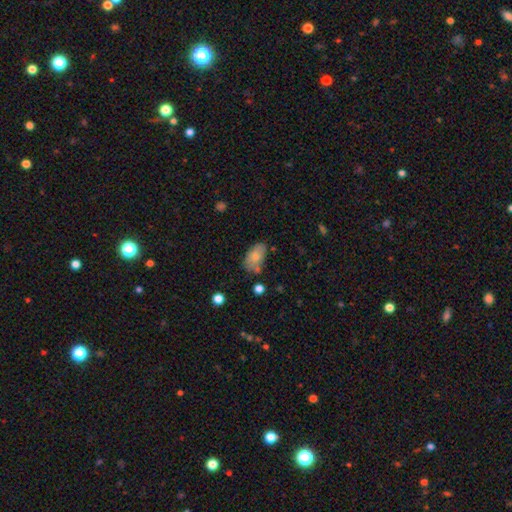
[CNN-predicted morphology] The model was most divided on "merging": none: 59%, minor disturbance: 27%, merger: 7%, major disturbance: 7%. More confident: how rounded — in between (92%); smooth or featured — smooth (74%).